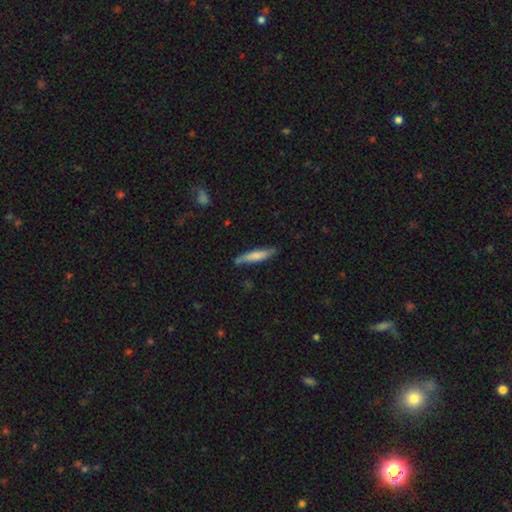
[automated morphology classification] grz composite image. It shows a smooth galaxy with no disk features (68%) that is cigar-shaped (86%). Merging: none (75%).